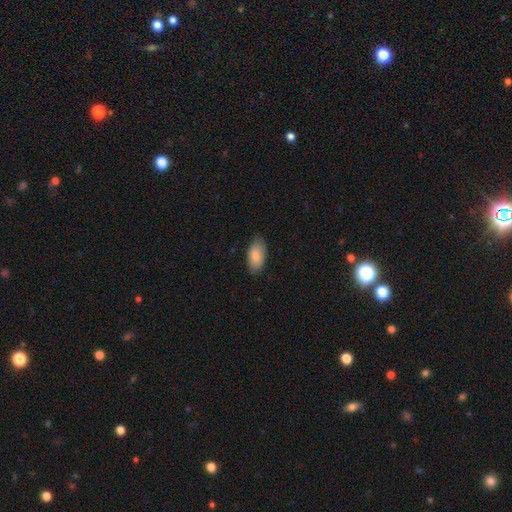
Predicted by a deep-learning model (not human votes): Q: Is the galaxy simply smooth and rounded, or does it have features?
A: smooth — 81%.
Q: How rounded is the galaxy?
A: in between — 93%.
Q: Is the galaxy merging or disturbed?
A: none — 82%.